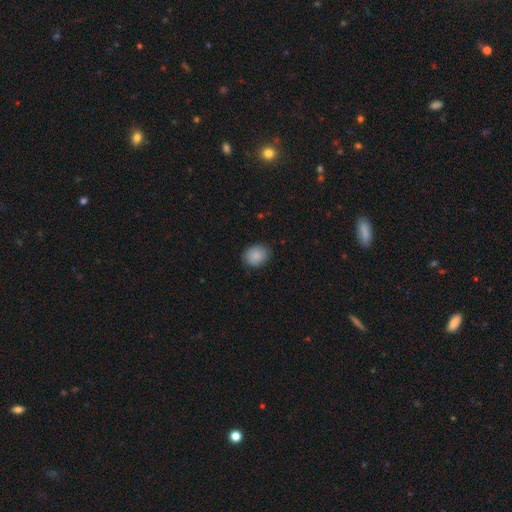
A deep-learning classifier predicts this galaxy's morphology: Smooth or featured: smooth — 85% (star or artifact — 8%)
How rounded: round — 53% (in between — 46%)
Merging: none — 81% (minor disturbance — 15%)